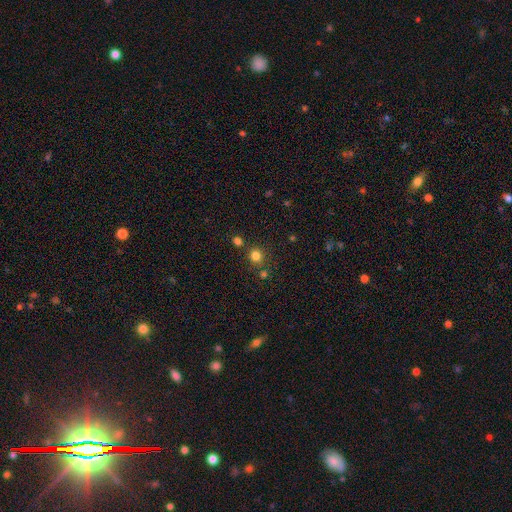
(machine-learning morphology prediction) This is likely a smooth galaxy (79%). How rounded: clearly round (87%). Merging: likely none (79%).